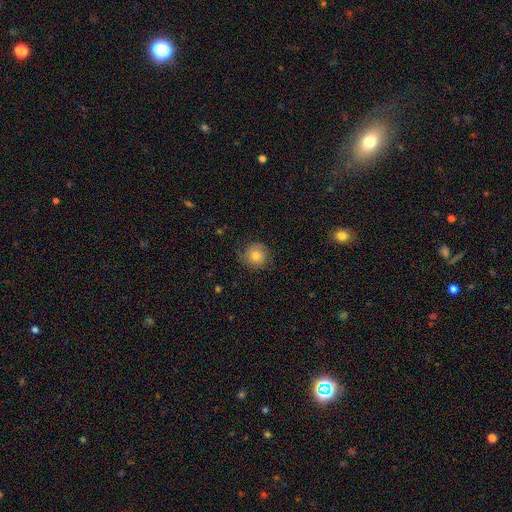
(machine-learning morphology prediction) This appears to be a smooth galaxy with no disk features (72%) that is round (91%). Merging: none (78%).